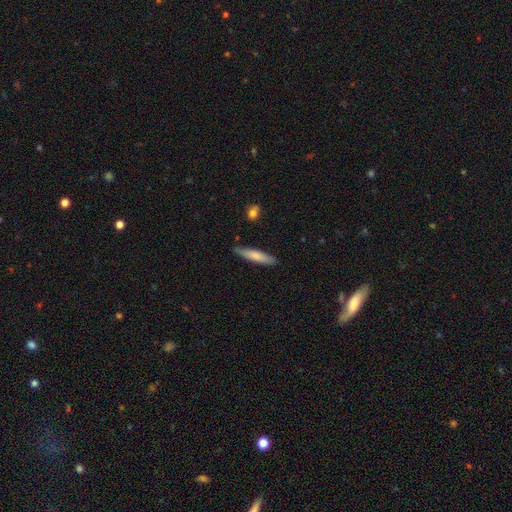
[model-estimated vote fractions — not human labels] A smooth galaxy with no disk features (74%) that is cigar-shaped (85%). Merging: none (84%).